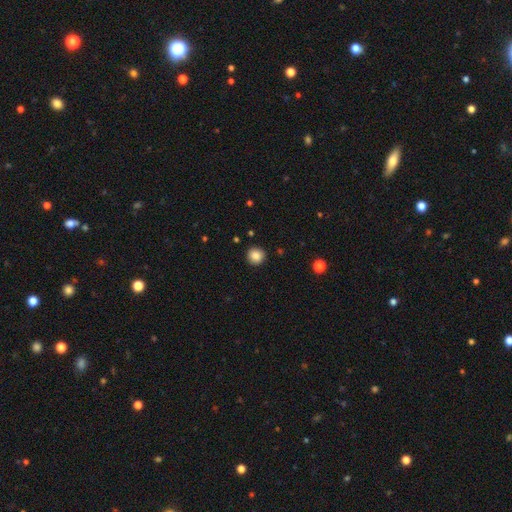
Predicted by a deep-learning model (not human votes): smooth 86%, star or artifact 10%, featured or disk 4%. Down the decision tree: how rounded — round (93%); merging — none (92%).